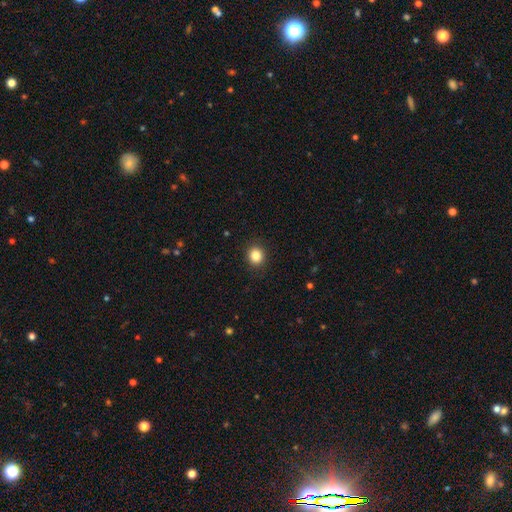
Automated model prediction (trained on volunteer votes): Morphology: type=smooth (85%); roundness=round (82%); merging=none (91%).